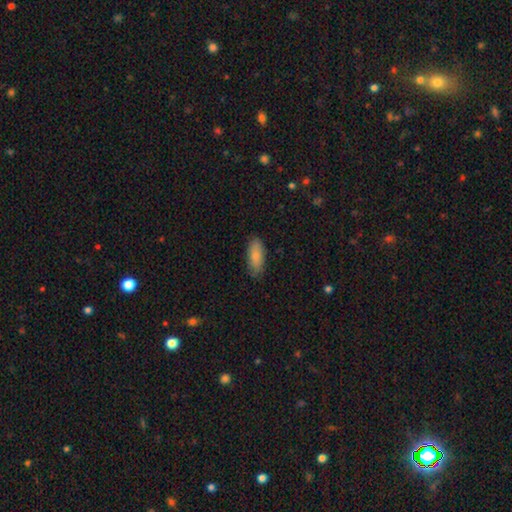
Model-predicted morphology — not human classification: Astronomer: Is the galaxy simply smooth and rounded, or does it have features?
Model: smooth — 83%.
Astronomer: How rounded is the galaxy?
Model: in between — 80%.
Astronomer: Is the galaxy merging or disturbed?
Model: none — 83%.